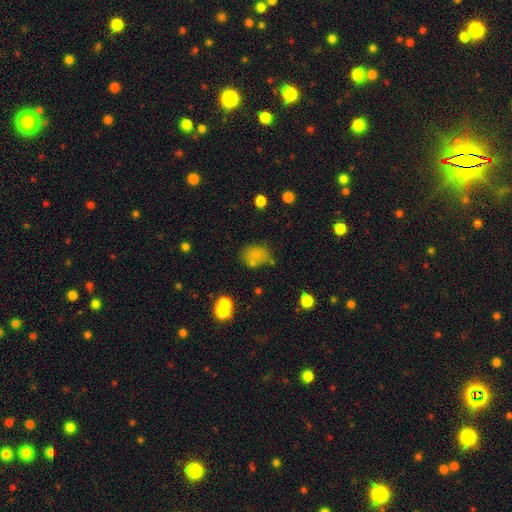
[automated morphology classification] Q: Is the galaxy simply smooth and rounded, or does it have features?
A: smooth — 74%.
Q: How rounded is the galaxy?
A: in between — 61%.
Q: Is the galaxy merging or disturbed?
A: none — 55%.